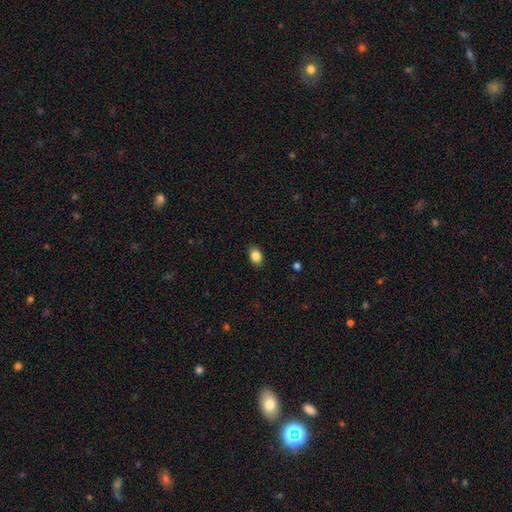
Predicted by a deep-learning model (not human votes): Smooth or featured? smooth (86%)
How rounded? in between (74%)
Merging? none (88%)